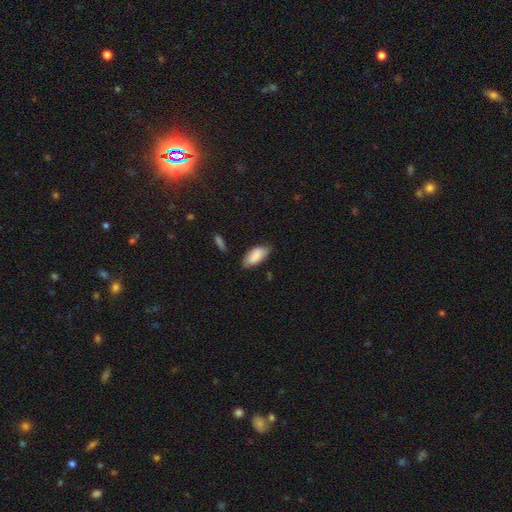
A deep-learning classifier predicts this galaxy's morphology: Smooth or featured?
  - smooth: 84% *
  - featured or disk: 10%
  - star or artifact: 6%
How rounded?
  - in between: 90% *
  - cigar-shaped: 8%
  - round: 2%
Merging?
  - none: 73% *
  - minor disturbance: 22%
  - major disturbance: 4%
  - merger: 2%